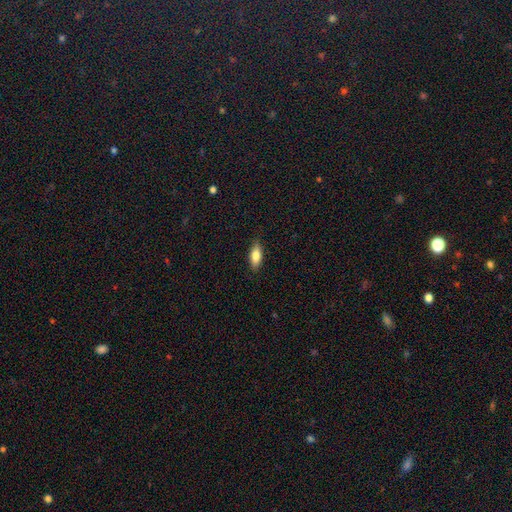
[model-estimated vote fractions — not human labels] Smooth or featured? Predicted: smooth (p=0.78). How rounded? Predicted: in between (p=0.74). Merging? Predicted: none (p=0.86).